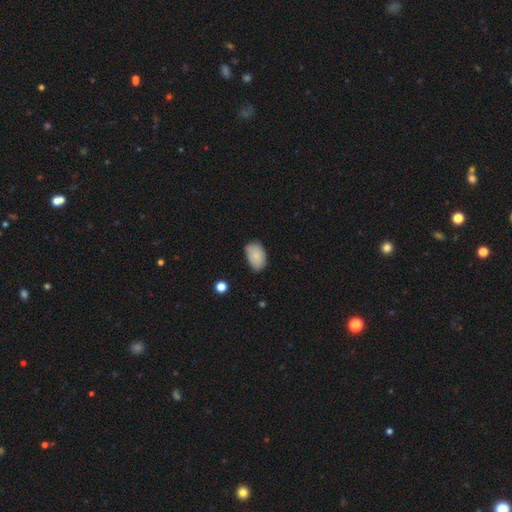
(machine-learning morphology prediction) Smooth or featured? smooth (83%)
How rounded? in between (90%)
Merging? none (71%)